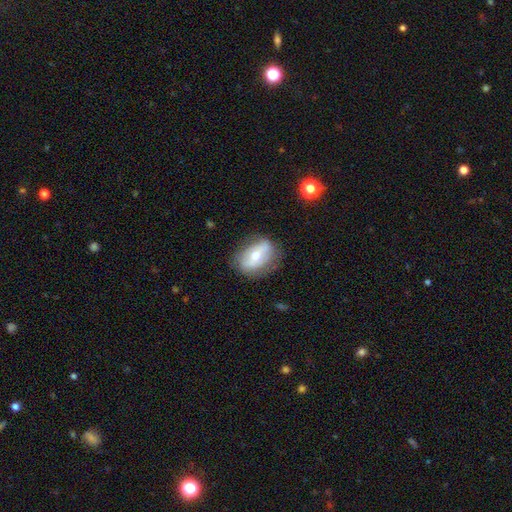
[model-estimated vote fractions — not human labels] Smooth or featured? Predicted: featured or disk (p=0.47). Merging? Predicted: none (p=0.73).